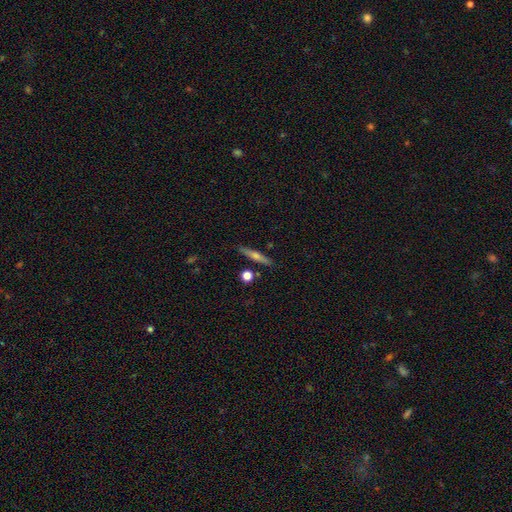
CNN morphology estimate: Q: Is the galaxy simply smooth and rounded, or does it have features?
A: featured or disk — 52%.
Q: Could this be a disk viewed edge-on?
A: yes — 95%.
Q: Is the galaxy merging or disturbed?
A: none — 87%.